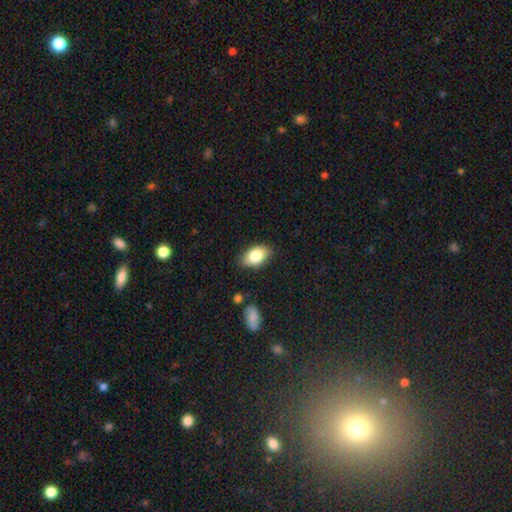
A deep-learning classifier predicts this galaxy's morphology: smooth 81%, featured or disk 12%, star or artifact 7%. Down the decision tree: how rounded — in between (92%); merging — none (84%).